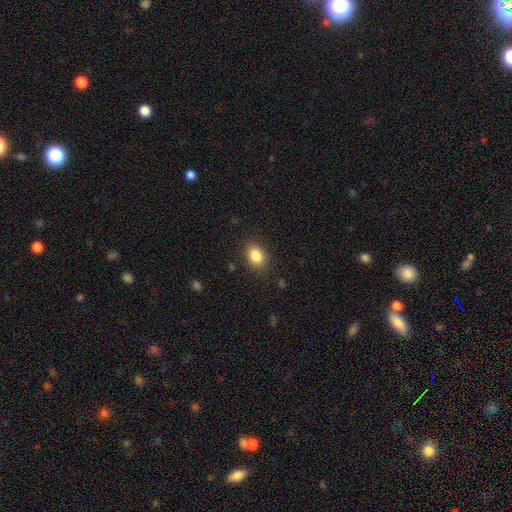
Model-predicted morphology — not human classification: type=smooth (85%); roundness=in between (68%); merging=none (84%).